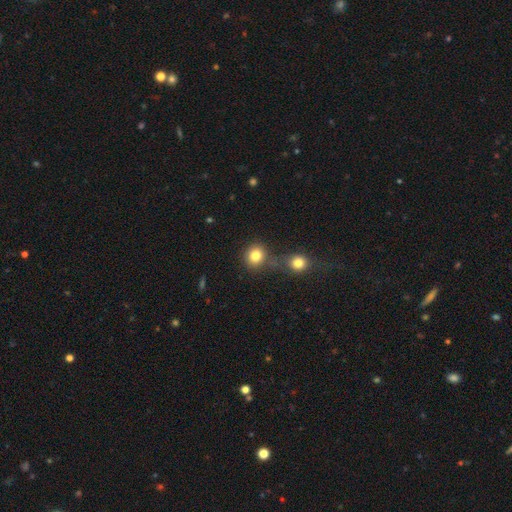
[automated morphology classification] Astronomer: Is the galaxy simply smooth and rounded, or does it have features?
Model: smooth — 81%.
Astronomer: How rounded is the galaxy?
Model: round — 85%.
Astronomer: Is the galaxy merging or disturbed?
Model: none — 64%.